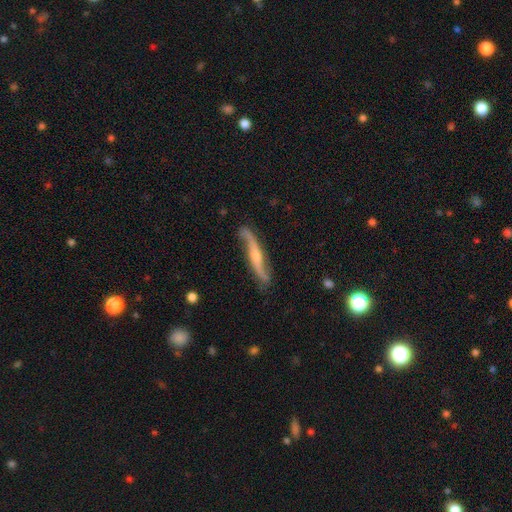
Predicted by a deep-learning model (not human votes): The model was most divided on "edge-on disk": no: 60%, yes: 40%. More confident: smooth or featured — featured or disk (84%); merging — none (78%).